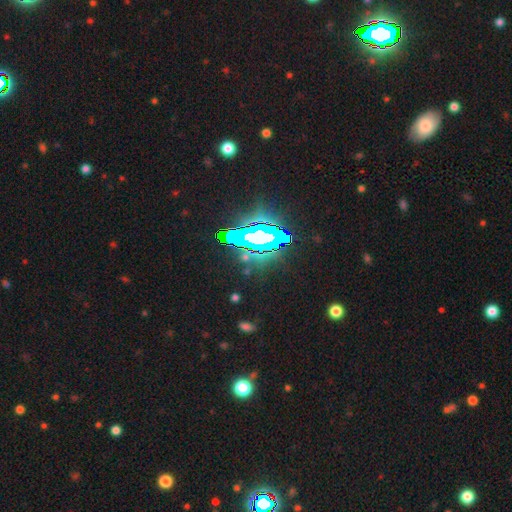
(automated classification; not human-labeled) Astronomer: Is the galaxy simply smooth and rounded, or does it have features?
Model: star or artifact — 82%.